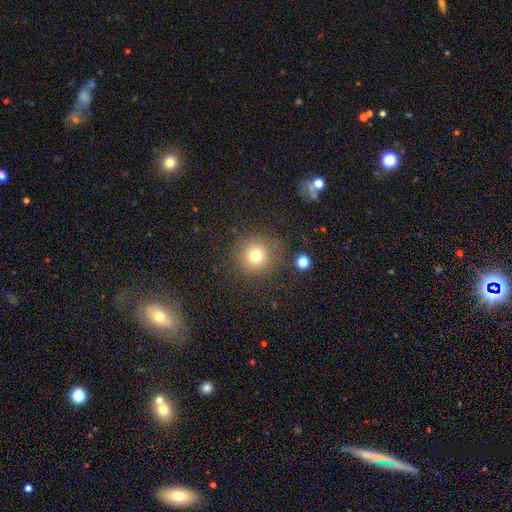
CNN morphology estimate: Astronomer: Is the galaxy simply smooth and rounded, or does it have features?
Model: smooth — 75%.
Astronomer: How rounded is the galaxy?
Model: round — 93%.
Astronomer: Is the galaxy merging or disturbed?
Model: none — 83%.